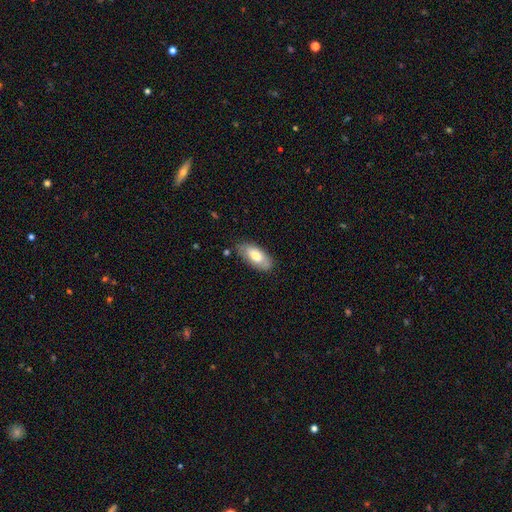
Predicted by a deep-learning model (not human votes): The model was most divided on "smooth or featured": smooth: 72%, featured or disk: 22%, star or artifact: 6%. More confident: how rounded — in between (90%); merging — none (79%).